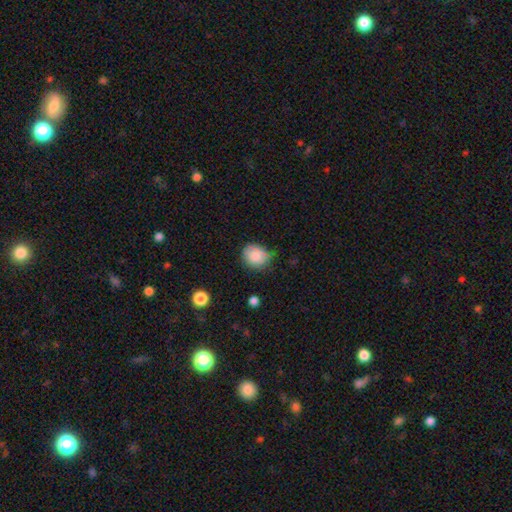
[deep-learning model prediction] smooth 85%, star or artifact 8%, featured or disk 7%. Down the decision tree: how rounded — round (70%); merging — none (61%).